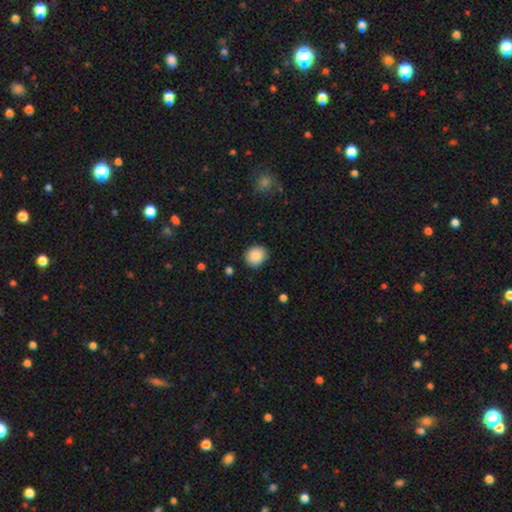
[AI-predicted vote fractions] Overall: smooth (88%). How rounded: round (74%). Merging: none (84%).